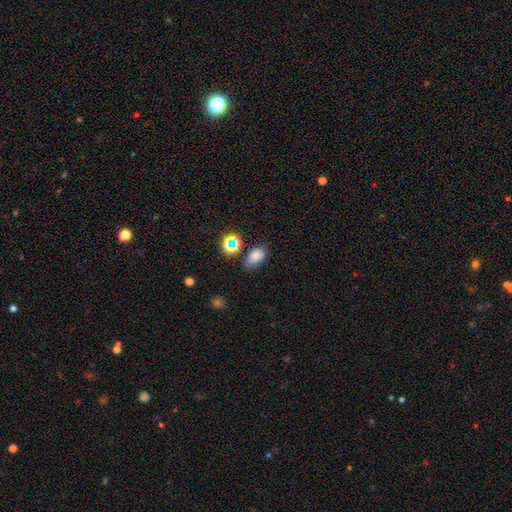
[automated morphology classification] A smooth galaxy with no disk features (76%) that is in between round and cigar-shaped (87%). Merging: none (68%).